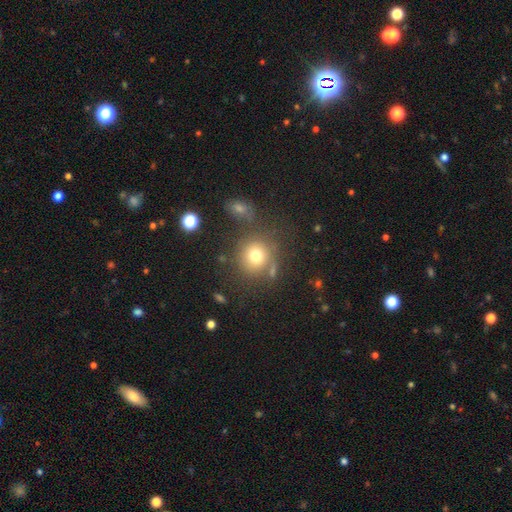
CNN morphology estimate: This appears to be a smooth galaxy with no disk features (74%) that is round (89%). Merging: none (71%).